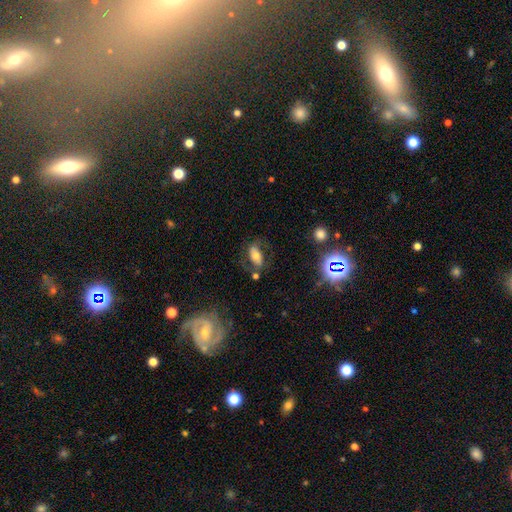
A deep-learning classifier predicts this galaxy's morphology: Q: Smooth or featured?
A: smooth (51%); runner-up: featured or disk (37%)
Q: How rounded?
A: in between (86%); runner-up: cigar-shaped (7%)
Q: Merging?
A: none (60%); runner-up: minor disturbance (19%)